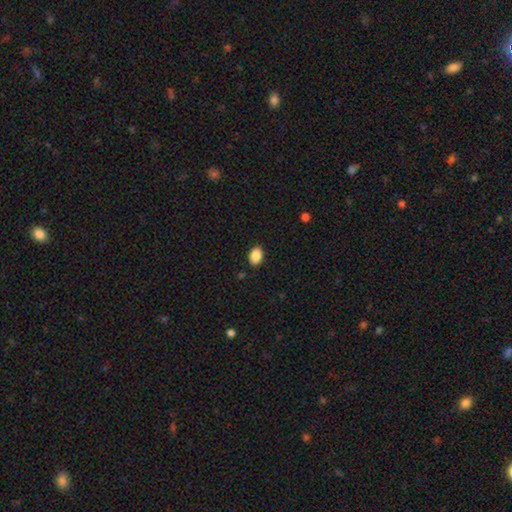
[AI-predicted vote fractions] A smooth galaxy with no disk features (89%) that is in between round and cigar-shaped (83%). Merging: none (89%).